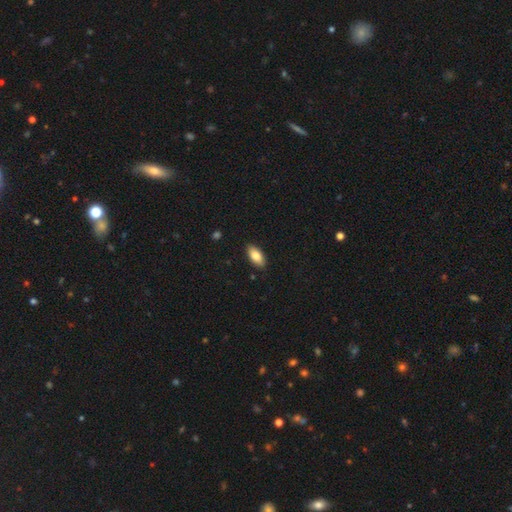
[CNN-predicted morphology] A smooth galaxy with no disk features (84%) that is in between round and cigar-shaped (92%).

Vote fractions:
- Smooth or featured? smooth: 84% / featured or disk: 9% / star or artifact: 7%
- How rounded? in between: 92% / cigar-shaped: 6% / round: 2%
- Merging? none: 88% / minor disturbance: 9% / major disturbance: 2% / merger: 1%